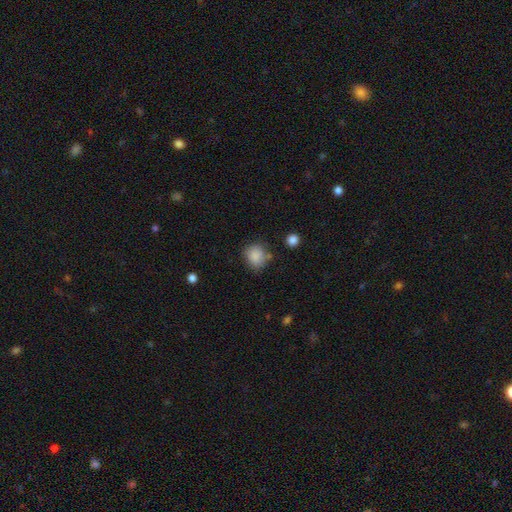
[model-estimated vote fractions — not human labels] Q: Smooth or featured?
A: smooth (86%); runner-up: star or artifact (9%)
Q: How rounded?
A: round (70%); runner-up: in between (29%)
Q: Merging?
A: none (71%); runner-up: minor disturbance (18%)